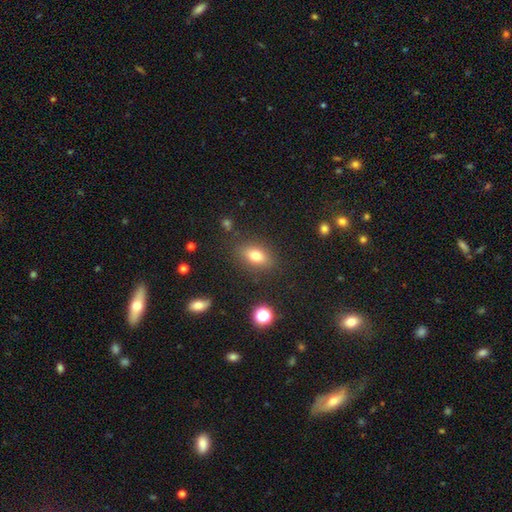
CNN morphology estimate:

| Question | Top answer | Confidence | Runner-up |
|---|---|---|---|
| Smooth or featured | smooth | 74% | featured or disk (13%) |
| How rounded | in between | 77% | round (16%) |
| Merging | none | 85% | minor disturbance (10%) |